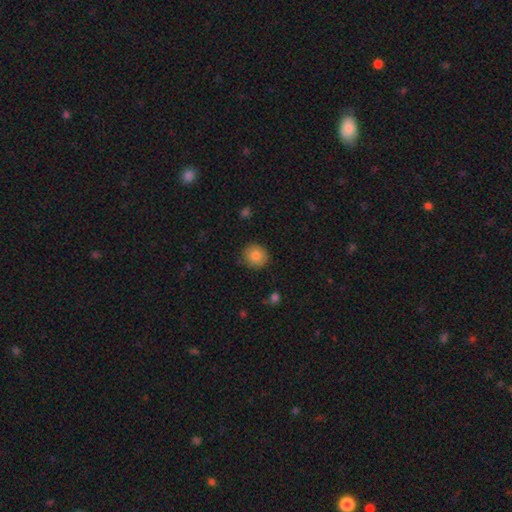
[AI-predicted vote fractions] This is clearly a smooth galaxy (83%). How rounded: clearly round (86%). Merging: clearly none (85%).